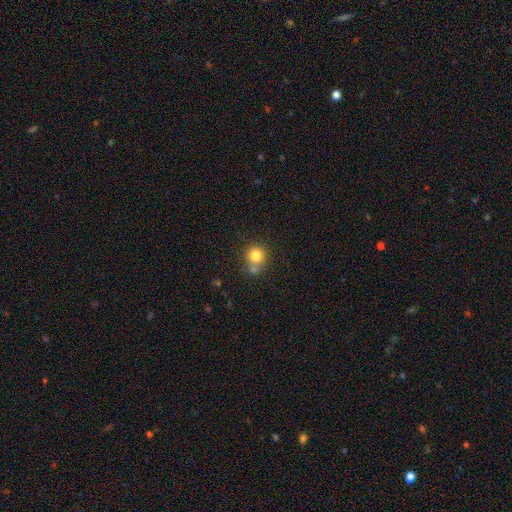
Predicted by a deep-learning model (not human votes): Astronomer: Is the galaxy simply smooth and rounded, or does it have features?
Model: smooth — 80%.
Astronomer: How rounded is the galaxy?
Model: round — 89%.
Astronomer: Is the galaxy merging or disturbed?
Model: none — 58%.